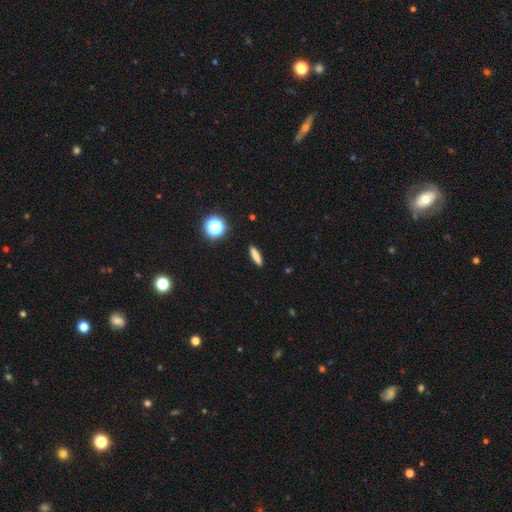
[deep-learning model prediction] Smooth or featured? Predicted: smooth (p=0.76). How rounded? Predicted: cigar-shaped (p=0.77). Merging? Predicted: none (p=0.91).